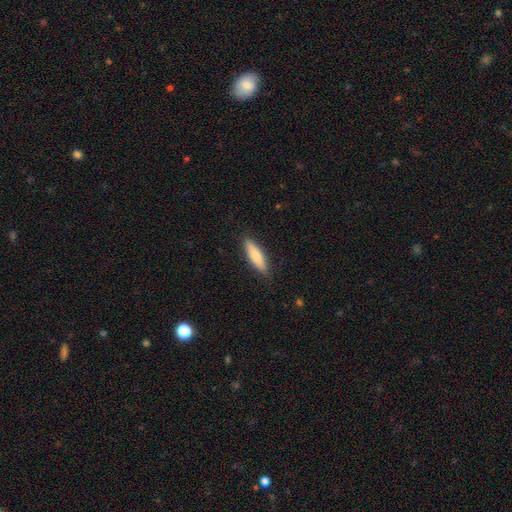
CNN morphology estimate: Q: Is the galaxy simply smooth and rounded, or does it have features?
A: smooth — 76%.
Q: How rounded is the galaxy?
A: cigar-shaped — 70%.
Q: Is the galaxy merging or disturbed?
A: none — 88%.